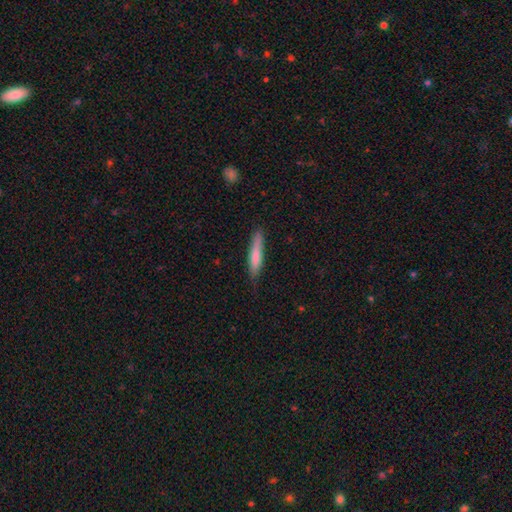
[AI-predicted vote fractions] A smooth galaxy with no disk features (74%) that is cigar-shaped (90%). Merging: none (80%).